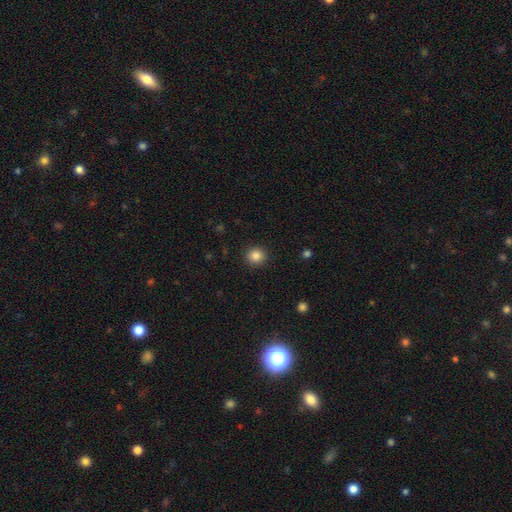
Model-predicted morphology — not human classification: smooth_or_featured: smooth (p=0.85) [alt: star or artifact p=0.10]
how_rounded: round (p=0.88) [alt: in between p=0.11]
merging: none (p=0.91) [alt: minor disturbance p=0.06]